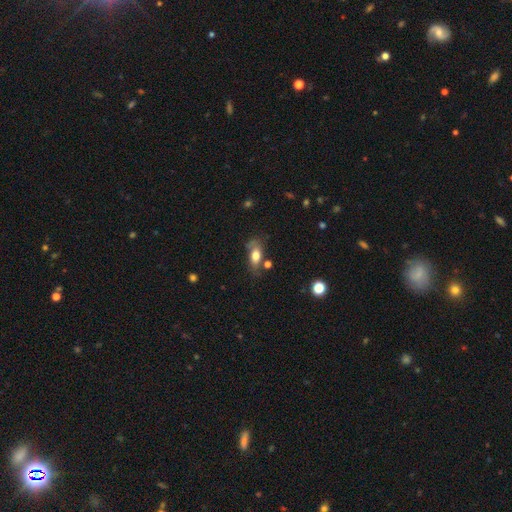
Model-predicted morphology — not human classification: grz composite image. It shows a smooth galaxy with no disk features (70%) that is in between round and cigar-shaped (82%). Merging: none (58%).